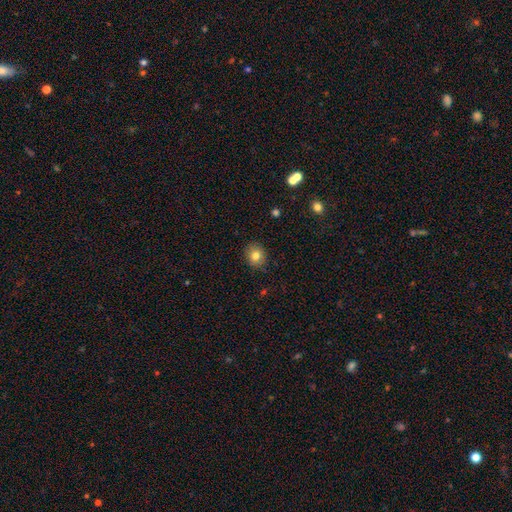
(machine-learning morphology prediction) A smooth galaxy with no disk features (80%) that is round (75%).

Vote fractions:
- Smooth or featured? smooth: 80% / star or artifact: 10% / featured or disk: 10%
- How rounded? round: 75% / in between: 24% / cigar-shaped: 1%
- Merging? none: 88% / minor disturbance: 9% / major disturbance: 2% / merger: 1%